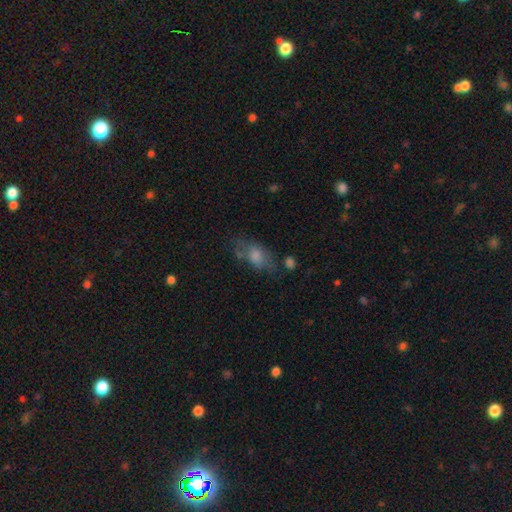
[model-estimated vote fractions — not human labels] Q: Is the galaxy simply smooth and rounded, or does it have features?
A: smooth — 60%.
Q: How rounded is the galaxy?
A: in between — 79%.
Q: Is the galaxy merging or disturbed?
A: none — 57%.